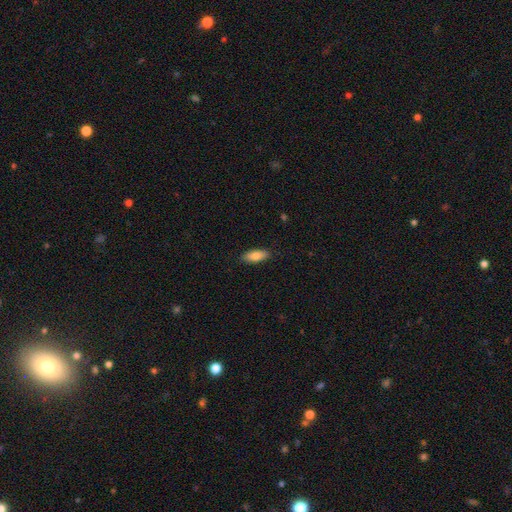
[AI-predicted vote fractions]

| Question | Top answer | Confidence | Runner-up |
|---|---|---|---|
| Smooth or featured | smooth | 82% | featured or disk (11%) |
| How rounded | in between | 77% | cigar-shaped (21%) |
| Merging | none | 87% | minor disturbance (10%) |